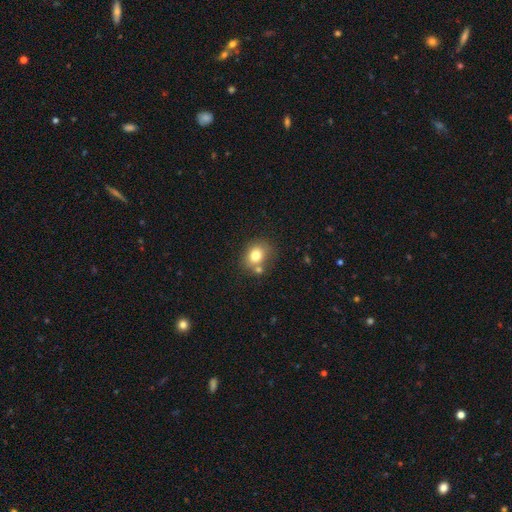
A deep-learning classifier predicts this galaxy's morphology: Smooth or featured: smooth — 77% (featured or disk — 12%)
How rounded: round — 57% (in between — 42%)
Merging: none — 63% (merger — 18%)